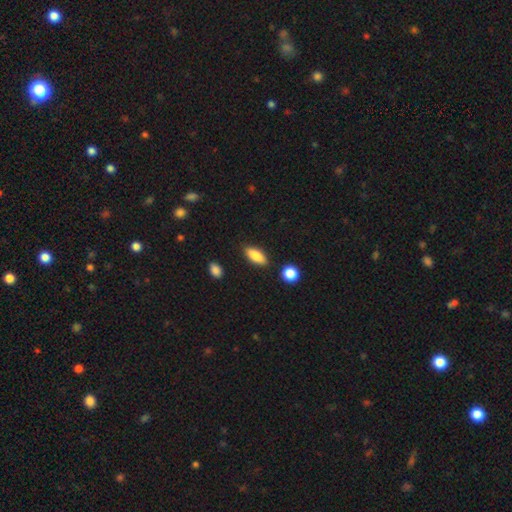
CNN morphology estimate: A smooth galaxy with no disk features (86%) that is in between round and cigar-shaped (81%).

Vote fractions:
- Smooth or featured? smooth: 86% / featured or disk: 8% / star or artifact: 7%
- How rounded? in between: 81% / cigar-shaped: 16% / round: 3%
- Merging? none: 86% / minor disturbance: 9% / merger: 3% / major disturbance: 2%